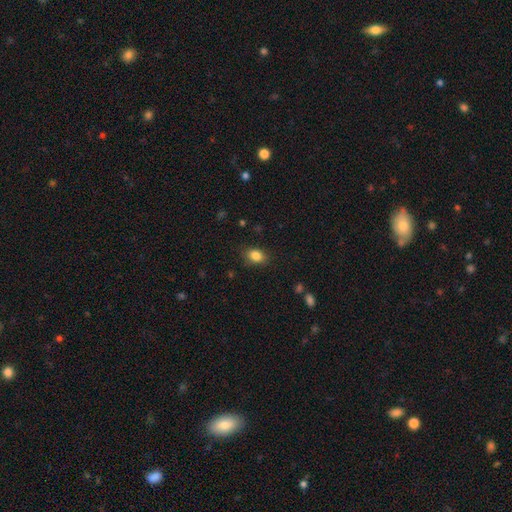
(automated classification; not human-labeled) The model was most divided on "how rounded": in between: 74%, round: 25%, cigar-shaped: 1%. More confident: smooth or featured — smooth (86%); merging — none (83%).